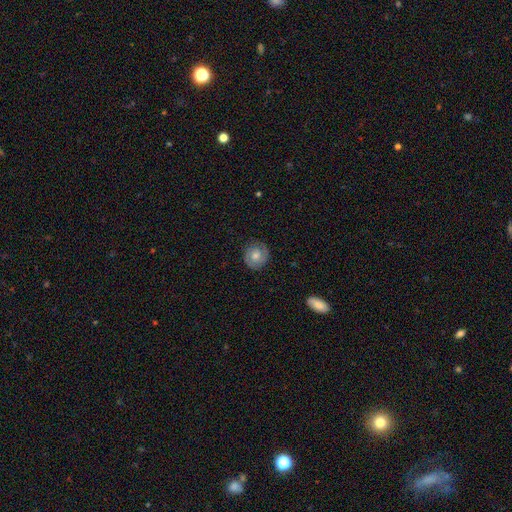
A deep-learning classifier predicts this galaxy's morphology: Smooth or featured: featured or disk — 62% (smooth — 31%)
Edge-on disk: no — 97% (yes — 3%)
Bar: no — 70% (weak — 25%)
Spiral arms: yes — 89% (no — 11%)
Spiral winding: tight — 63% (medium — 30%)
Spiral arm count: 2 — 74% (can't tell — 11%)
Bulge size: moderate — 63% (small — 26%)
Merging: none — 84% (minor disturbance — 12%)